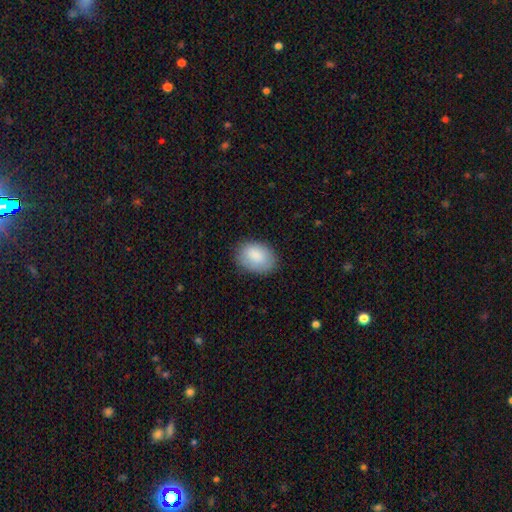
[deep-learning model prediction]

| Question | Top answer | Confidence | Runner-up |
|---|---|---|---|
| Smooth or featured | smooth | 86% | featured or disk (8%) |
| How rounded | in between | 82% | round (17%) |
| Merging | none | 80% | minor disturbance (15%) |